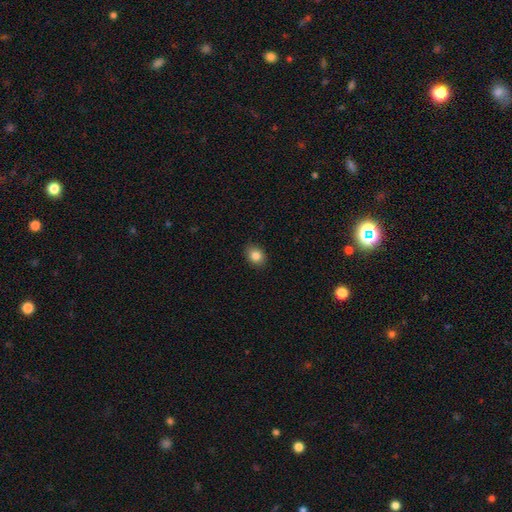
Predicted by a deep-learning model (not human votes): Overall: smooth (85%). How rounded: in between (55%; round 44%). Merging: none (88%).